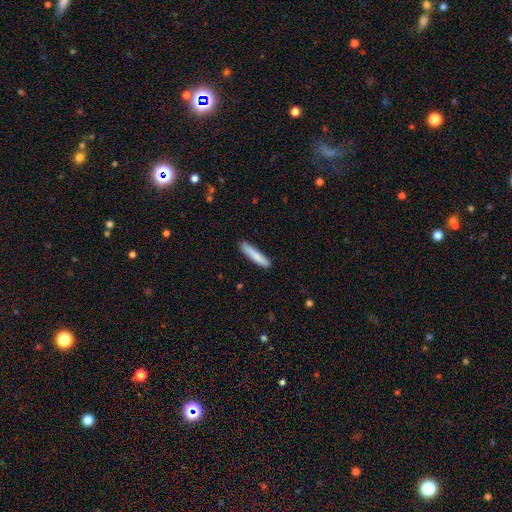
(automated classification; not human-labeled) A smooth galaxy with no disk features (83%) that is cigar-shaped (90%). Merging: none (88%).